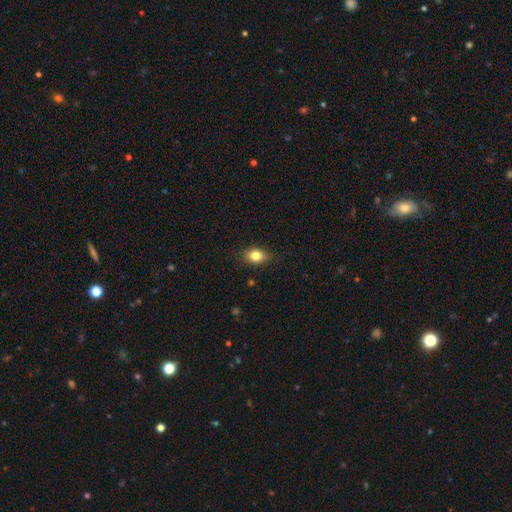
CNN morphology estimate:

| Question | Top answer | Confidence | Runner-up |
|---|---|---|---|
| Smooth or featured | smooth | 81% | featured or disk (10%) |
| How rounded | in between | 75% | round (22%) |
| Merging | none | 83% | minor disturbance (14%) |